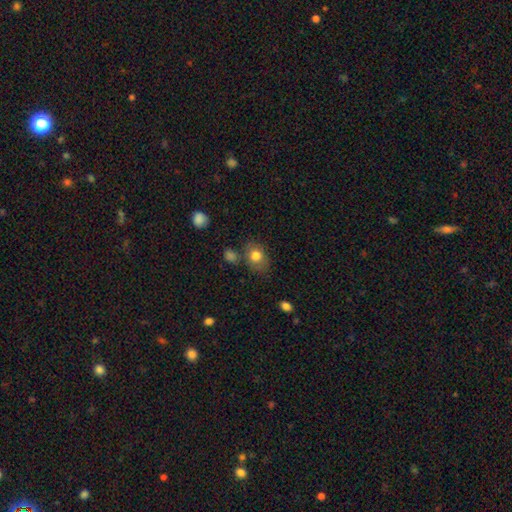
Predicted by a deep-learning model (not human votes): Smooth or featured: smooth — 79% (featured or disk — 12%)
How rounded: in between — 60% (round — 39%)
Merging: none — 69% (minor disturbance — 18%)